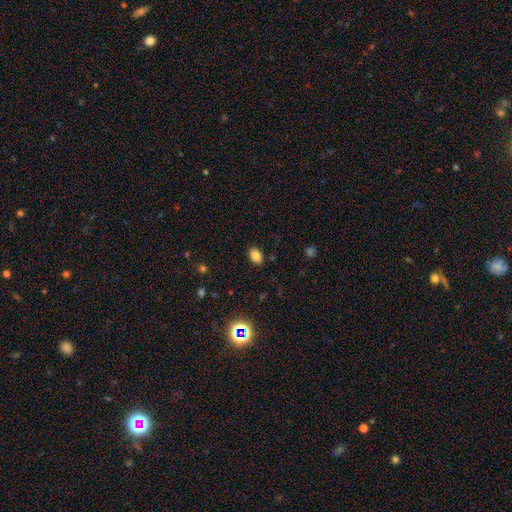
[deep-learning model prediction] Morphology: type=smooth (82%); roundness=in between (84%); merging=none (87%).